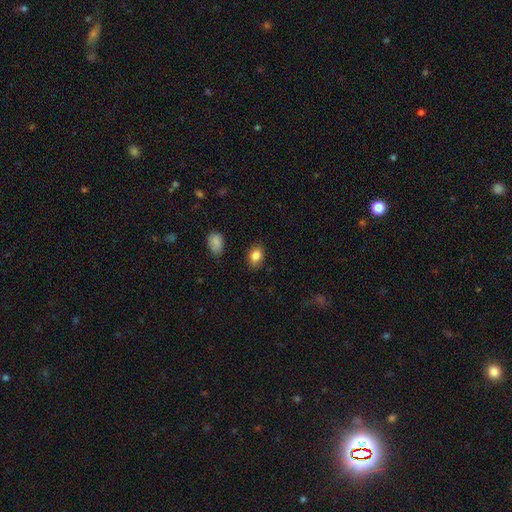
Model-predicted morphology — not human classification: Smooth or featured? Predicted: smooth (p=0.85). How rounded? Predicted: in between (p=0.74). Merging? Predicted: none (p=0.84).